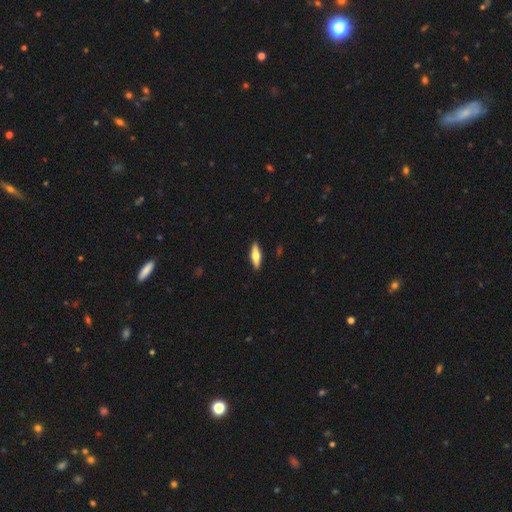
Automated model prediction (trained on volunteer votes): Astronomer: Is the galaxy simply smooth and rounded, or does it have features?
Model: featured or disk — 48% (runner-up: smooth, 46%).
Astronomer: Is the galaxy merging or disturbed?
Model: none — 90%.